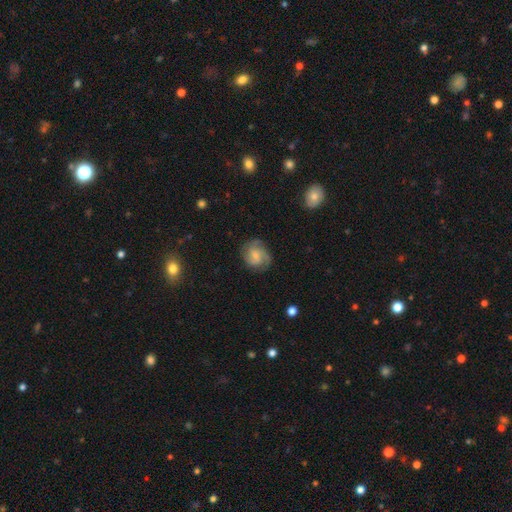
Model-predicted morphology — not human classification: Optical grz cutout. It shows a featured or disk galaxy (67%) with no bar (63%), 3 (36%) medium (45%) spiral arms (94%) and a small central bulge (57%). Merging: none (73%).